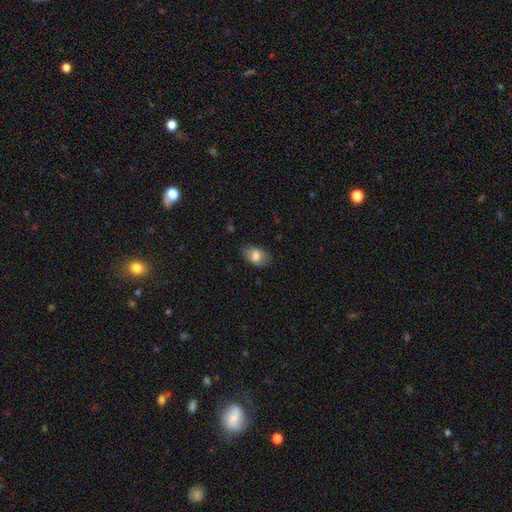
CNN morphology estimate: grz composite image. It shows a smooth galaxy with no disk features (76%) that is in between round and cigar-shaped (89%). Merging: none (78%).